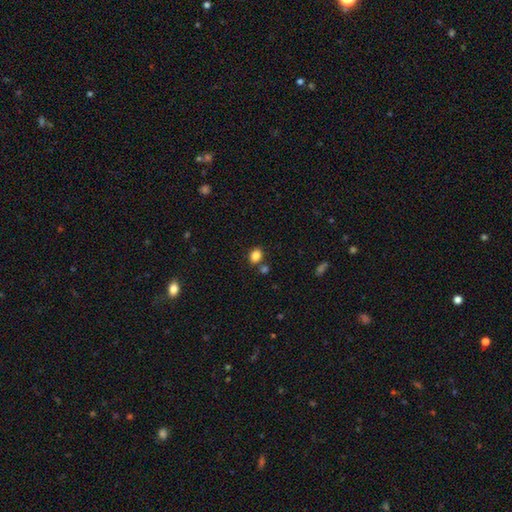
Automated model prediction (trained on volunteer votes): This appears to be a smooth galaxy with no disk features (85%) that is in between round and cigar-shaped (62%). Merging: none (73%).